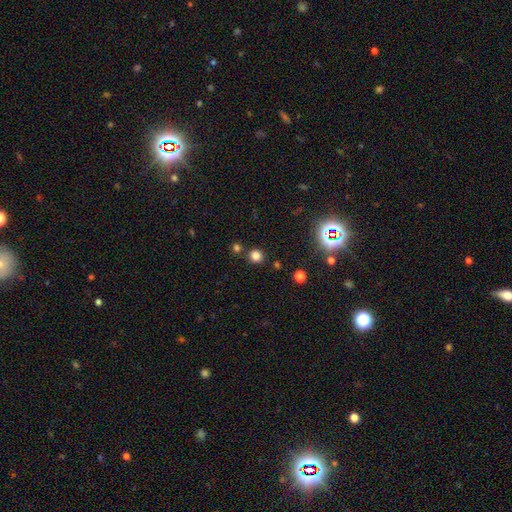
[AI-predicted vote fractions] Q: Smooth or featured?
A: smooth (77%); runner-up: star or artifact (19%)
Q: How rounded?
A: round (88%); runner-up: in between (11%)
Q: Merging?
A: none (83%); runner-up: merger (8%)